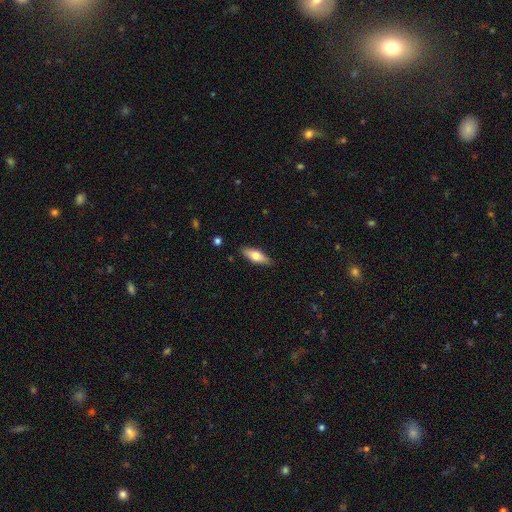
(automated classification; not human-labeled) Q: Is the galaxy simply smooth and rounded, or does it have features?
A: smooth — 59%.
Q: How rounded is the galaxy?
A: in between — 56%.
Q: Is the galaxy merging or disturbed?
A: none — 86%.